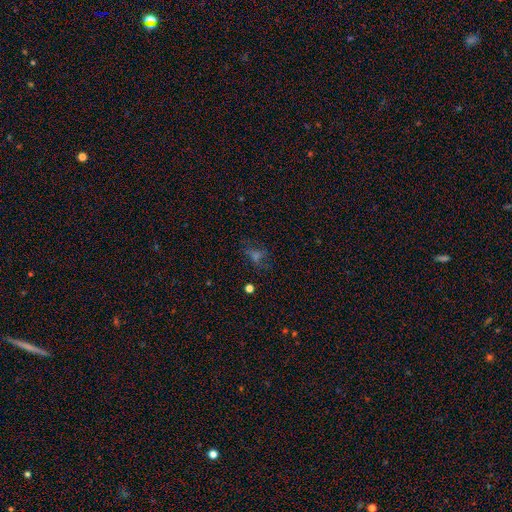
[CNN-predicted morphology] smooth-or-featured: star or artifact: 39% | smooth: 33% | featured or disk: 28%